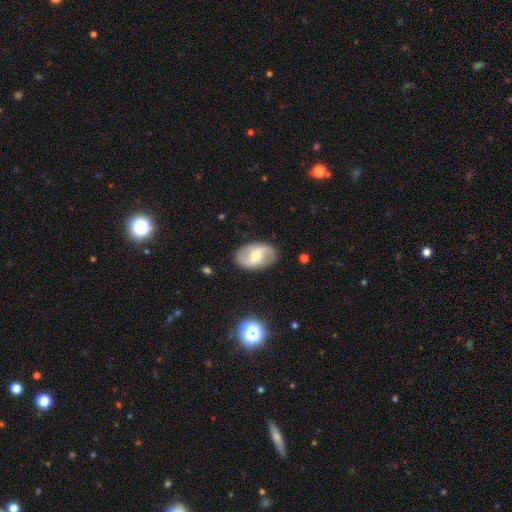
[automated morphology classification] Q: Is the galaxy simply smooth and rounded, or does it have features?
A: featured or disk — 74%.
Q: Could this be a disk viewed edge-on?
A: no — 96%.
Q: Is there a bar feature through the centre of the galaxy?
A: weak — 46%.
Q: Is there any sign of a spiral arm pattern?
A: yes — 89%.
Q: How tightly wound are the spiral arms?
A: loose — 49%.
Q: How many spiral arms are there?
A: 2 — 91%.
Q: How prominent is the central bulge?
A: moderate — 53%.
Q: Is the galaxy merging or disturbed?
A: none — 85%.